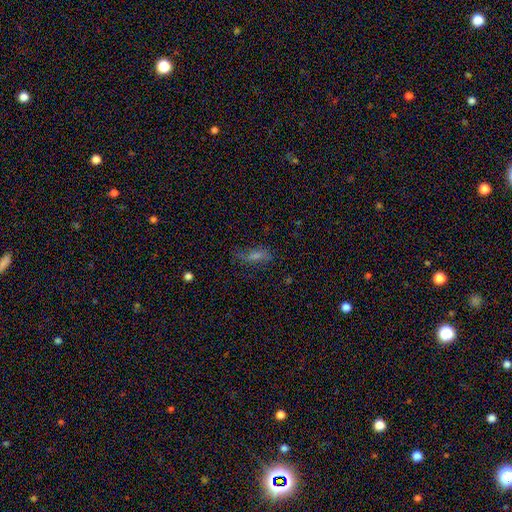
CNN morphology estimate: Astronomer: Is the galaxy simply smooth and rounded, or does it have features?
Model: smooth — 44% (runner-up: featured or disk, 30%).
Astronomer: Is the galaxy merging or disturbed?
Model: none — 67%.